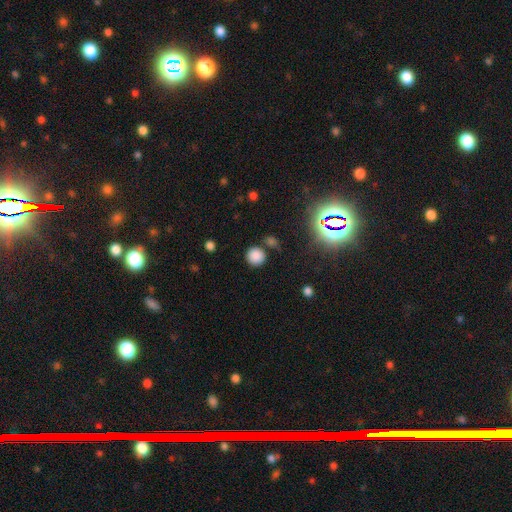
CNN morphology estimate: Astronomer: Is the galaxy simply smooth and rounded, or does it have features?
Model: smooth — 81%.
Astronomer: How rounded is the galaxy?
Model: round — 92%.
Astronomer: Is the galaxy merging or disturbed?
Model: none — 80%.